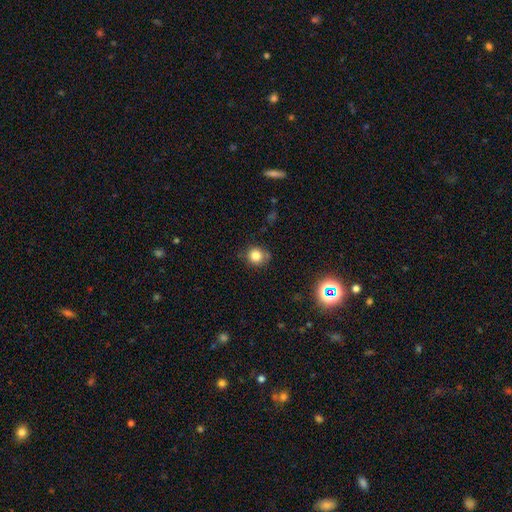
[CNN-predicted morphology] smooth-or-featured: smooth: 81% | star or artifact: 12% | featured or disk: 6%
  how-rounded: round: 88% | in between: 11% | cigar-shaped: 1%
  merging: none: 76% | minor disturbance: 16% | merger: 4% | major disturbance: 4%